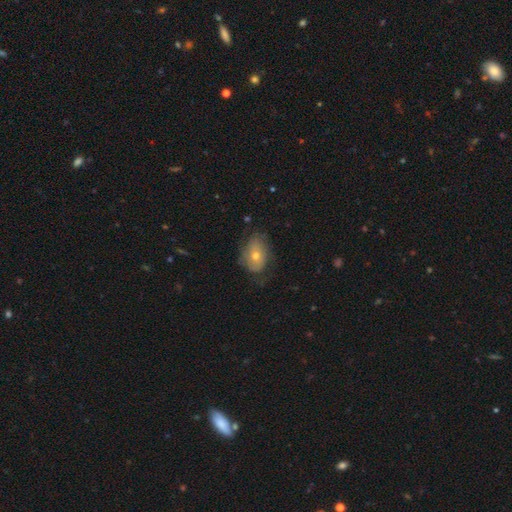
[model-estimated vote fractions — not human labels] The model was most divided on "merging": none: 56%, minor disturbance: 31%, major disturbance: 12%, merger: 1%. More confident: how rounded — in between (76%); smooth or featured — smooth (62%).